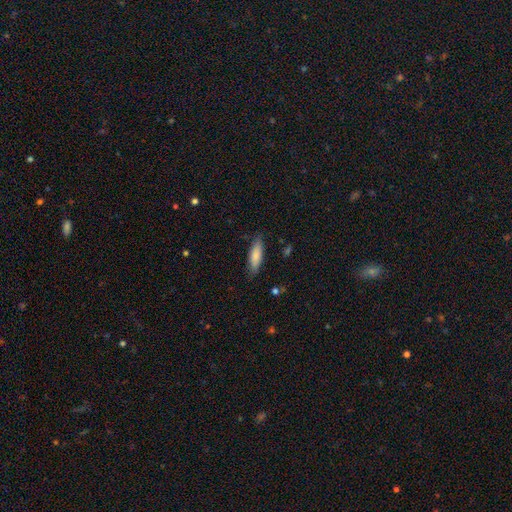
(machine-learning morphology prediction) smooth 83%, featured or disk 12%, star or artifact 6%. Down the decision tree: how rounded — cigar-shaped (56%); merging — none (84%).